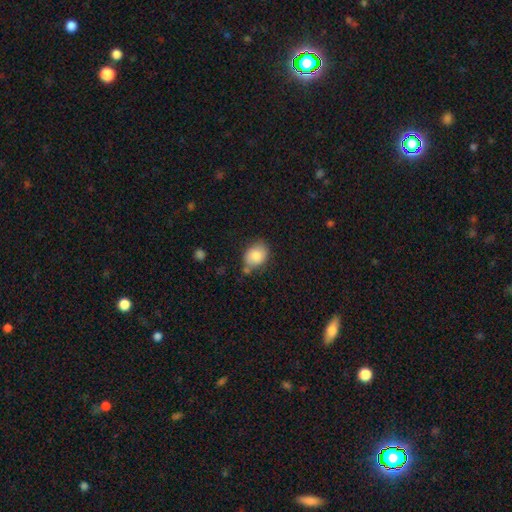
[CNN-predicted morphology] The model was most divided on "how rounded": in between: 61%, round: 38%, cigar-shaped: 1%. More confident: smooth or featured — smooth (81%); merging — none (64%).